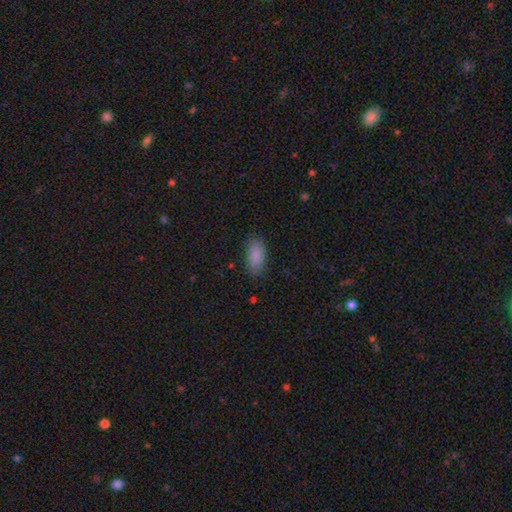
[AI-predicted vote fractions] The model was most divided on "merging": none: 84%, minor disturbance: 12%, major disturbance: 3%, merger: 1%. More confident: how rounded — in between (91%); smooth or featured — smooth (88%).